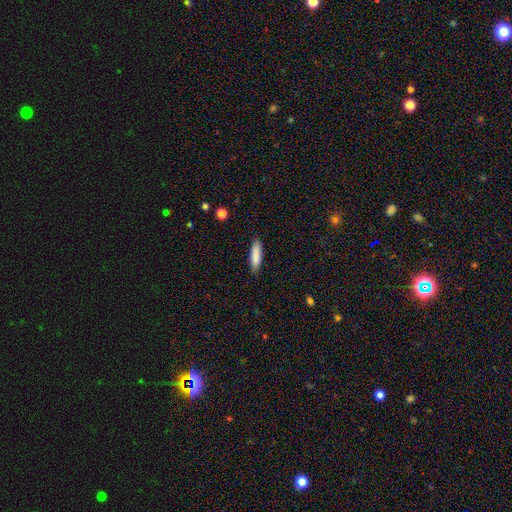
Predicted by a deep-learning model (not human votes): smooth-or-featured: smooth: 87% | featured or disk: 7% | star or artifact: 6%
  how-rounded: cigar-shaped: 66% | in between: 32% | round: 1%
  merging: none: 84% | minor disturbance: 12% | major disturbance: 2% | merger: 1%